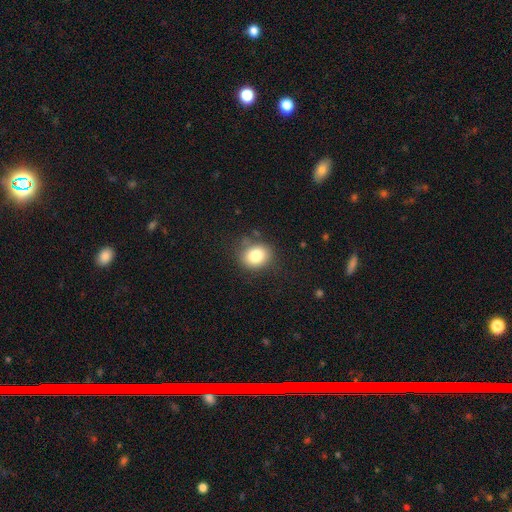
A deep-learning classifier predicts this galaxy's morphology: Smooth or featured?
  - smooth: 82% *
  - star or artifact: 10%
  - featured or disk: 8%
How rounded?
  - round: 61% *
  - in between: 38%
  - cigar-shaped: 1%
Merging?
  - none: 78% *
  - minor disturbance: 15%
  - major disturbance: 5%
  - merger: 2%